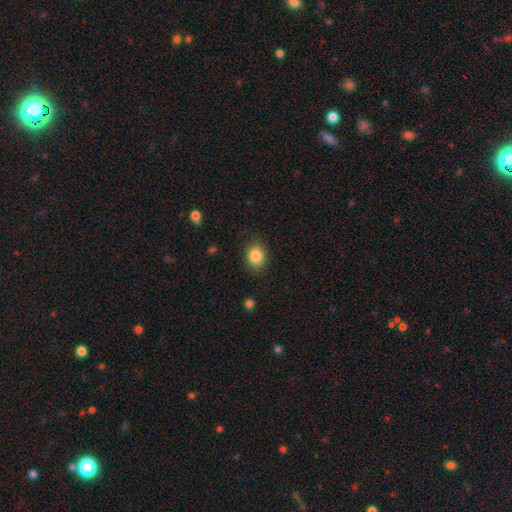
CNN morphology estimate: Q: Smooth or featured?
A: smooth (86%); runner-up: star or artifact (9%)
Q: How rounded?
A: round (55%); runner-up: in between (44%)
Q: Merging?
A: none (86%); runner-up: minor disturbance (10%)